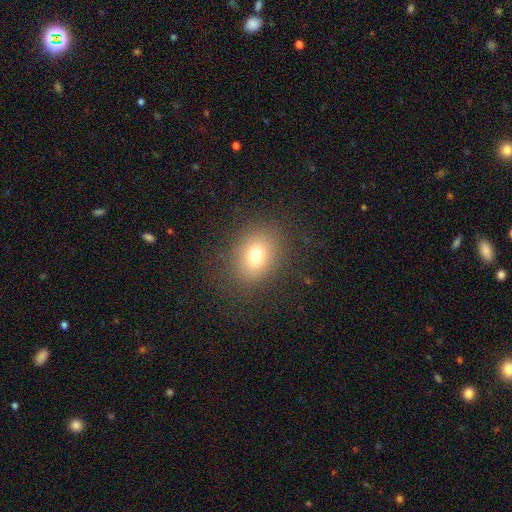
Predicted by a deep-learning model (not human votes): smooth_or_featured: smooth (p=0.72) [alt: star or artifact p=0.16]
how_rounded: round (p=0.57) [alt: in between p=0.42]
merging: none (p=0.83) [alt: minor disturbance p=0.09]